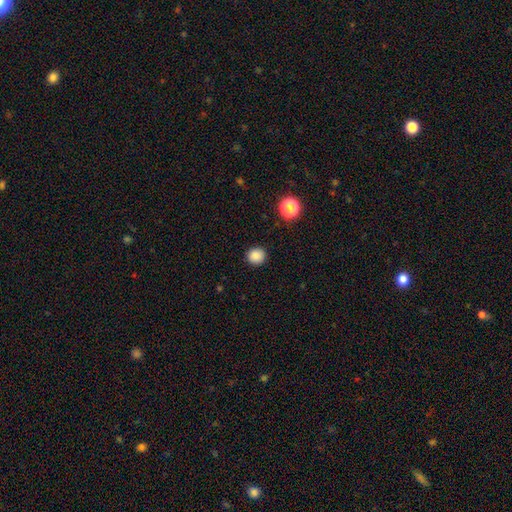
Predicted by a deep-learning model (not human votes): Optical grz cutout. It shows a smooth galaxy with no disk features (86%) that is round (90%). Merging: none (91%).